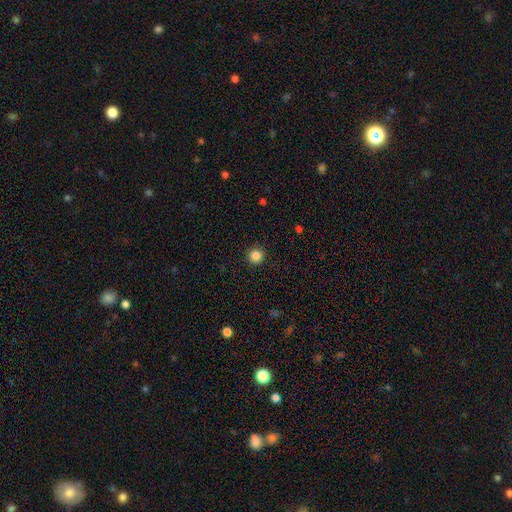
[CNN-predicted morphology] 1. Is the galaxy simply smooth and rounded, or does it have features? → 85% smooth, 11% star or artifact, 4% featured or disk.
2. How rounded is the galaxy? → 96% round, 3% in between, 1% cigar-shaped.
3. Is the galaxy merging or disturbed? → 93% none, 5% minor disturbance, 2% major disturbance, 1% merger.